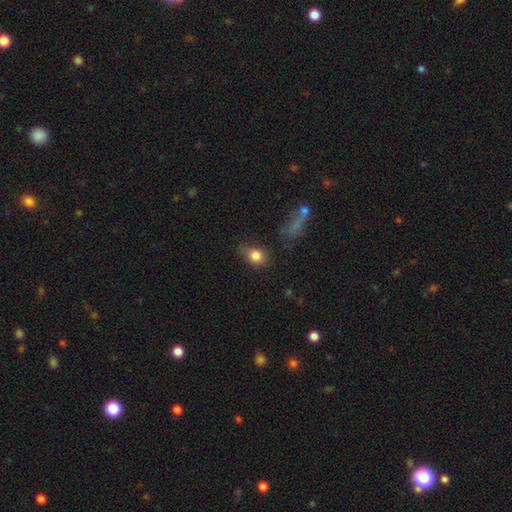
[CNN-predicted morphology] Smooth or featured: smooth — 81% (star or artifact — 10%)
How rounded: in between — 50% (round — 47%)
Merging: none — 55% (minor disturbance — 27%)